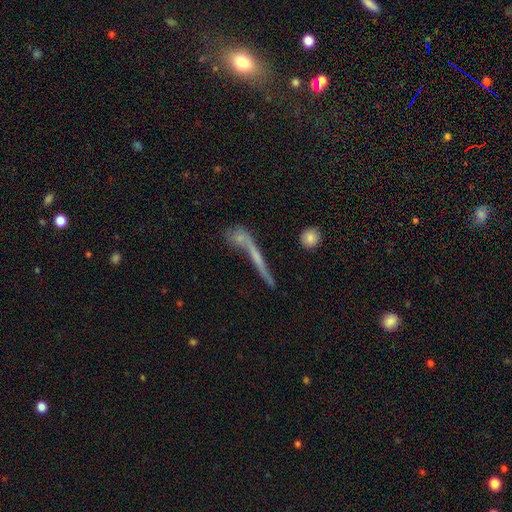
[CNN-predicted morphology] smooth-or-featured: featured or disk: 50% | smooth: 37% | star or artifact: 12%
  disk-edge-on: yes: 77% | no: 23%
  merging: none: 50% | merger: 25% | minor disturbance: 14% | major disturbance: 11%